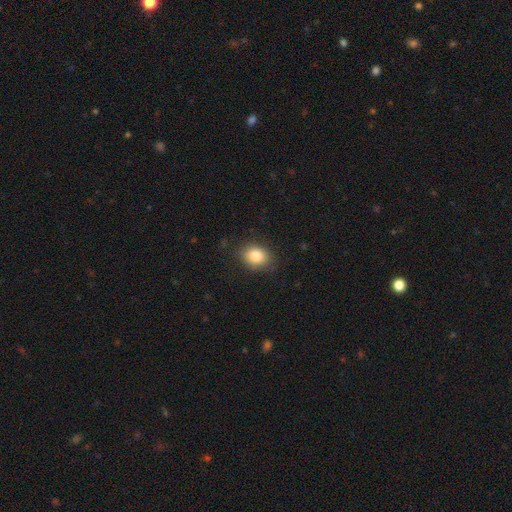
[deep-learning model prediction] A smooth galaxy with no disk features (84%) that is in between round and cigar-shaped (57%). Merging: none (82%).